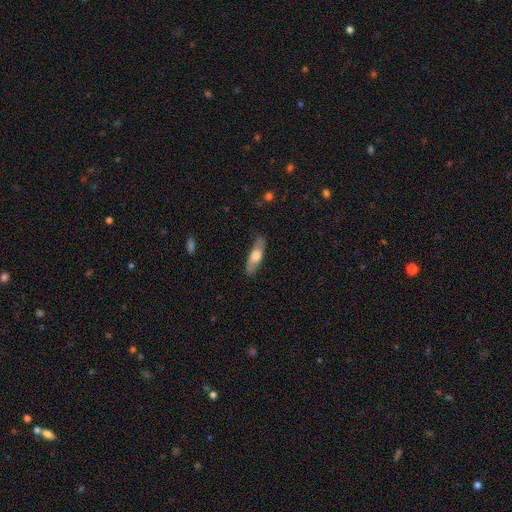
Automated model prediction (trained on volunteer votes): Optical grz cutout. It shows a smooth galaxy with no disk features (58%) that is cigar-shaped (53%). Merging: none (84%).